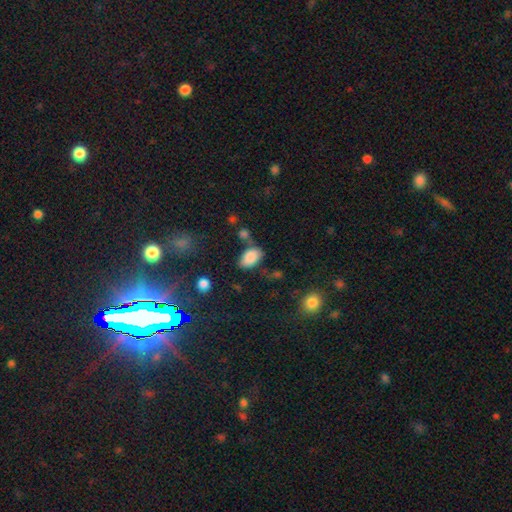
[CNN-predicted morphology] smooth_or_featured: smooth (p=0.85) [alt: star or artifact p=0.08]
how_rounded: in between (p=0.92) [alt: round p=0.06]
merging: none (p=0.62) [alt: minor disturbance p=0.20]